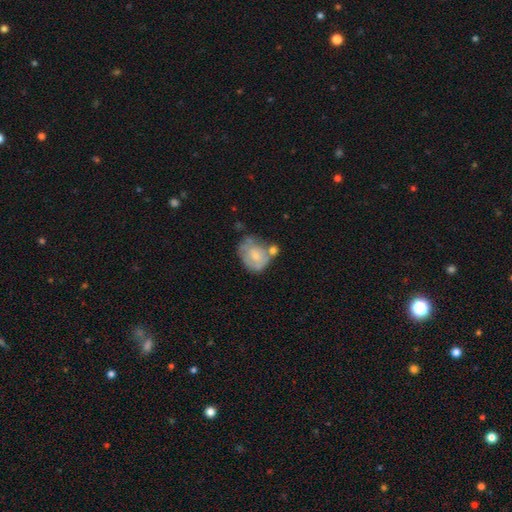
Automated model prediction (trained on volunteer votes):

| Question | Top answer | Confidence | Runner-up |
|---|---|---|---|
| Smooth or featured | smooth | 56% | featured or disk (37%) |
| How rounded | in between | 52% | round (47%) |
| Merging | none | 32% | minor disturbance (27%) |